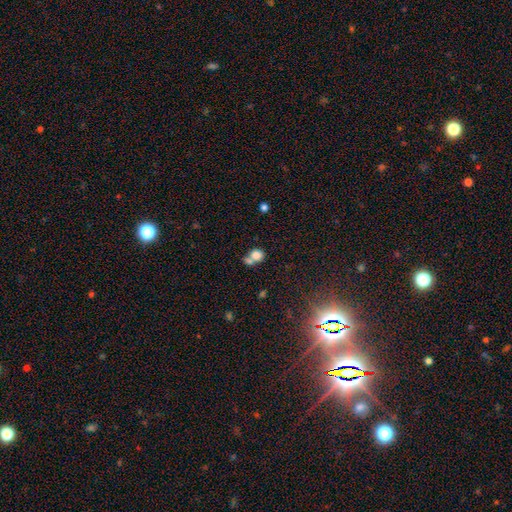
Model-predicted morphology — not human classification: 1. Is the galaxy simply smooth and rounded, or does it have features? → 78% smooth, 11% featured or disk, 11% star or artifact.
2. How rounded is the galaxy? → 68% round, 31% in between, 1% cigar-shaped.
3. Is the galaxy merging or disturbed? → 51% merger, 33% none, 10% minor disturbance, 6% major disturbance.